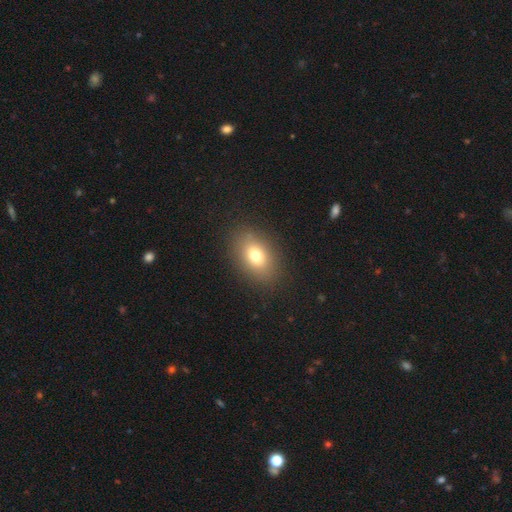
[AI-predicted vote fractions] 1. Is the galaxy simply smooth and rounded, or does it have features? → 75% smooth, 13% featured or disk, 12% star or artifact.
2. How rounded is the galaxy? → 78% in between, 21% round, 1% cigar-shaped.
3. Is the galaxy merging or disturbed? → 86% none, 9% minor disturbance, 4% major disturbance, 1% merger.